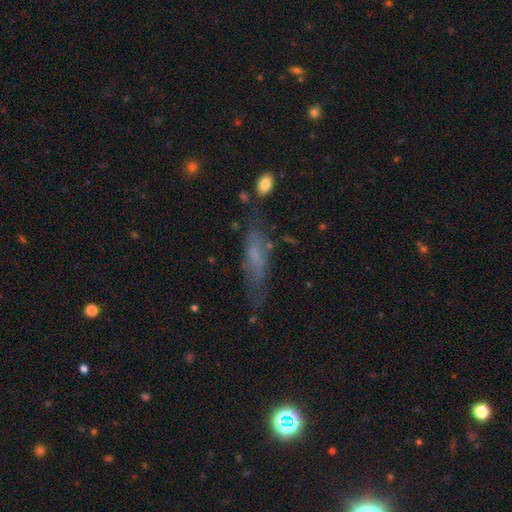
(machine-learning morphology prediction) Smooth or featured? Predicted: smooth (p=0.52). How rounded? Predicted: cigar-shaped (p=0.63). Merging? Predicted: none (p=0.58).